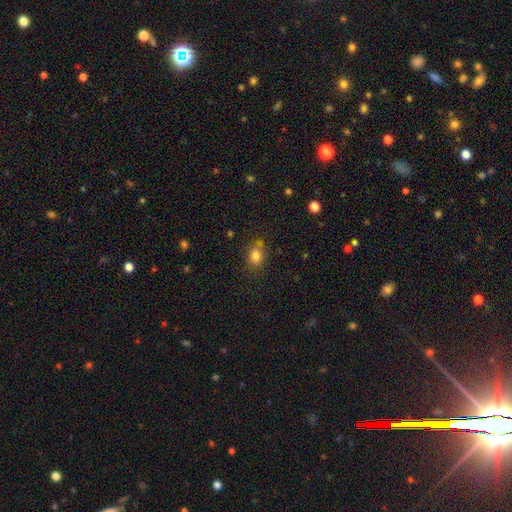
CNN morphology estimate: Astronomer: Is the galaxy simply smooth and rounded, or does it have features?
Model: smooth — 81%.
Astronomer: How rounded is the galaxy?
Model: in between — 58% (runner-up: round, 40%).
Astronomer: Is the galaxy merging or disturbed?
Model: none — 73%.